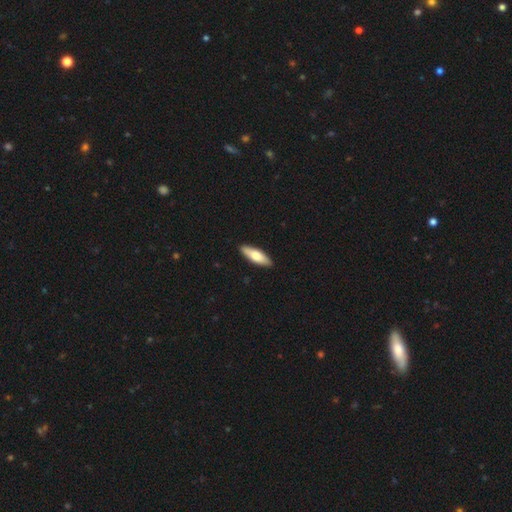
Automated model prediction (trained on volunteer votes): This appears to be a smooth galaxy with no disk features (69%) that is in between round and cigar-shaped (50%). Merging: none (90%).